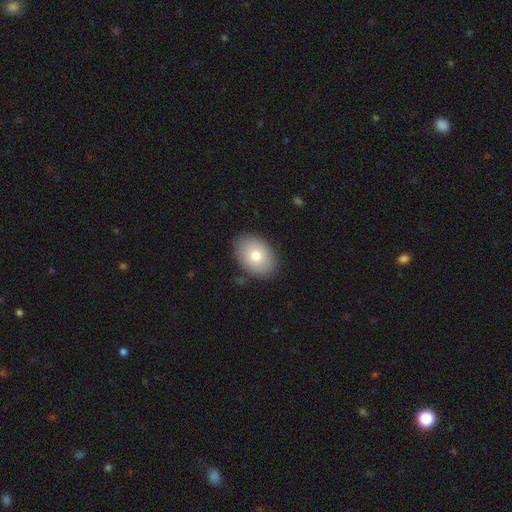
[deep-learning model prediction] Q: Smooth or featured?
A: smooth (77%); runner-up: featured or disk (16%)
Q: How rounded?
A: in between (81%); runner-up: round (18%)
Q: Merging?
A: none (86%); runner-up: minor disturbance (10%)